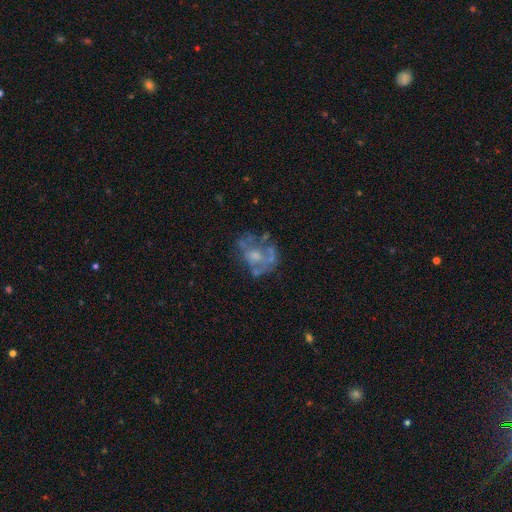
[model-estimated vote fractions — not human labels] This appears to be a featured or disk galaxy (64%) with no bar (83%), no spiral arms (75%) and a moderate central bulge (43%). Merging: none (45%).